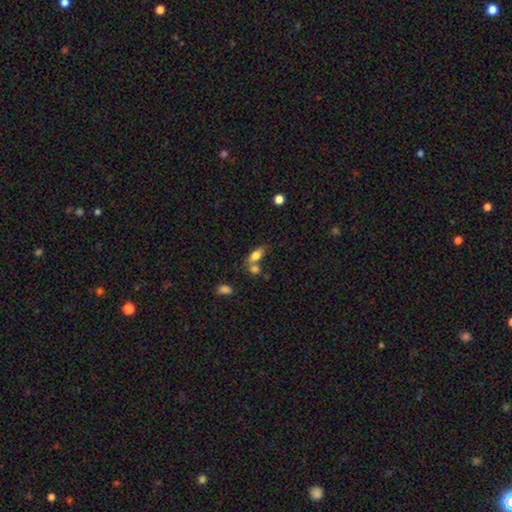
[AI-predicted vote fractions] smooth-or-featured: smooth: 78% | featured or disk: 13% | star or artifact: 9%
  how-rounded: in between: 82% | cigar-shaped: 12% | round: 6%
  merging: none: 45% | merger: 35% | minor disturbance: 14% | major disturbance: 6%